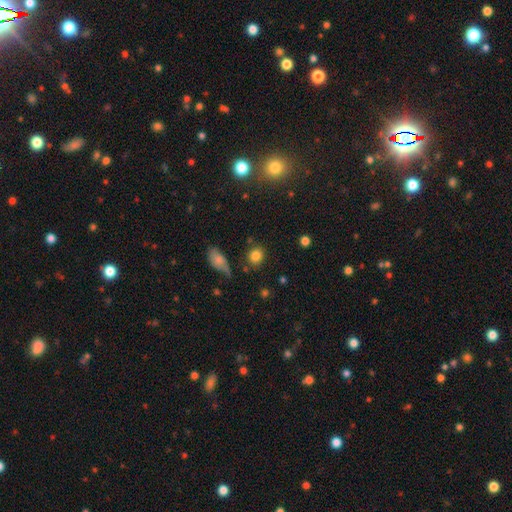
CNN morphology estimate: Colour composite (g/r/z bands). It shows a smooth galaxy with no disk features (83%) that is round (71%). Merging: none (81%).